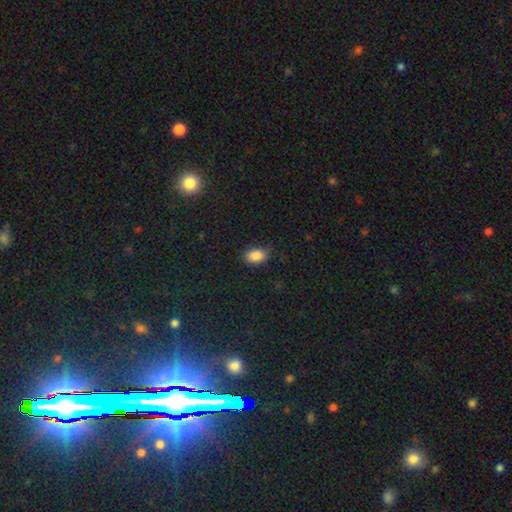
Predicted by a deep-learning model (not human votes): A smooth galaxy with no disk features (87%) that is in between round and cigar-shaped (86%).

Vote fractions:
- Smooth or featured? smooth: 87% / star or artifact: 8% / featured or disk: 4%
- How rounded? in between: 86% / round: 12% / cigar-shaped: 1%
- Merging? none: 78% / minor disturbance: 18% / major disturbance: 3% / merger: 1%